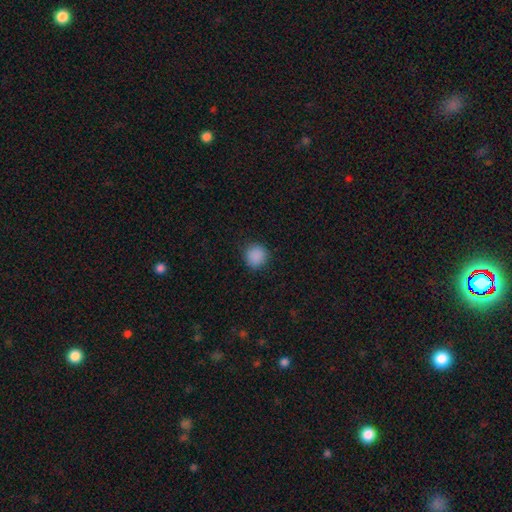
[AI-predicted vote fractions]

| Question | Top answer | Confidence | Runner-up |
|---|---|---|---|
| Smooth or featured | smooth | 88% | star or artifact (9%) |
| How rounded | round | 92% | in between (7%) |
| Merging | none | 89% | minor disturbance (8%) |